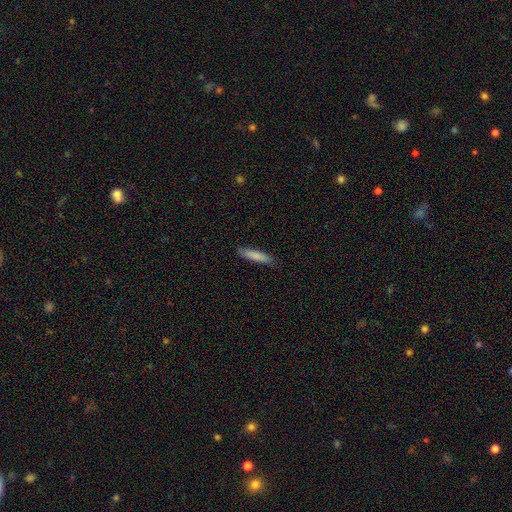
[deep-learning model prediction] This is clearly a smooth galaxy (83%). How rounded: clearly cigar-shaped (86%). Merging: clearly none (86%).